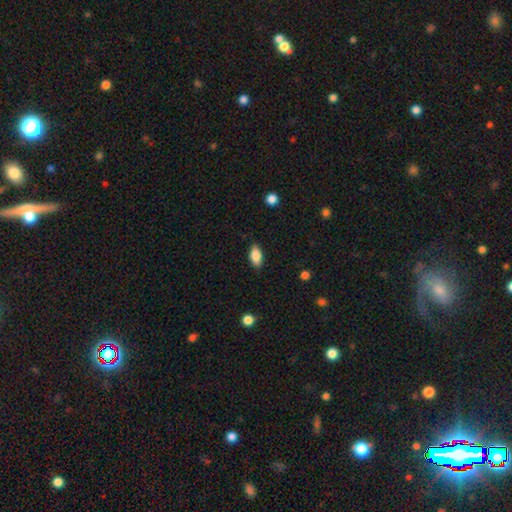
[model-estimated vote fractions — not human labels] Morphology: type=smooth (84%); roundness=in between (90%); merging=none (86%).